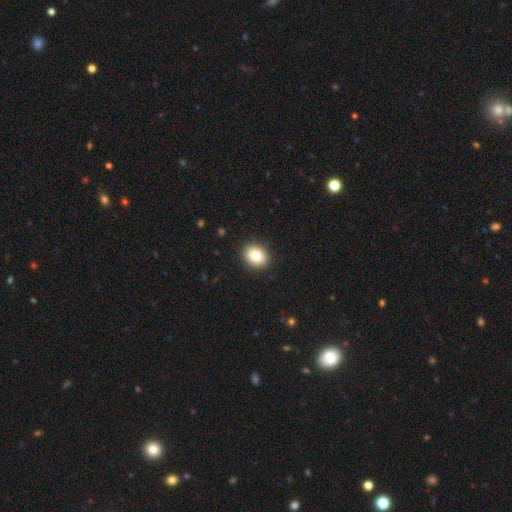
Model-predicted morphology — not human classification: smooth_or_featured: smooth (p=0.84) [alt: star or artifact p=0.09]
how_rounded: round (p=0.51) [alt: in between p=0.48]
merging: none (p=0.91) [alt: minor disturbance p=0.07]